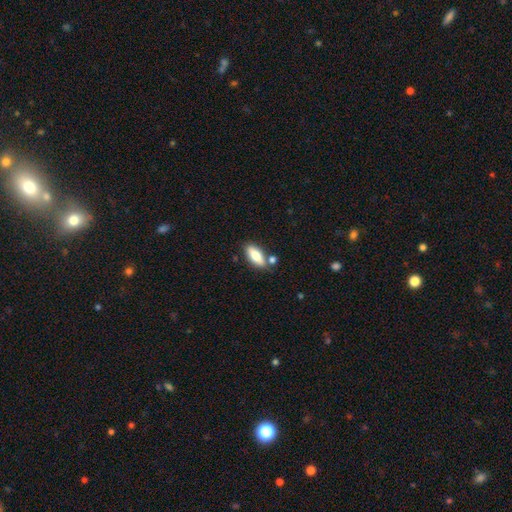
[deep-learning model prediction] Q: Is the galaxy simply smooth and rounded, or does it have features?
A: smooth — 76%.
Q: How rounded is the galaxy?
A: in between — 77%.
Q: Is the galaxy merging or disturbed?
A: none — 71%.